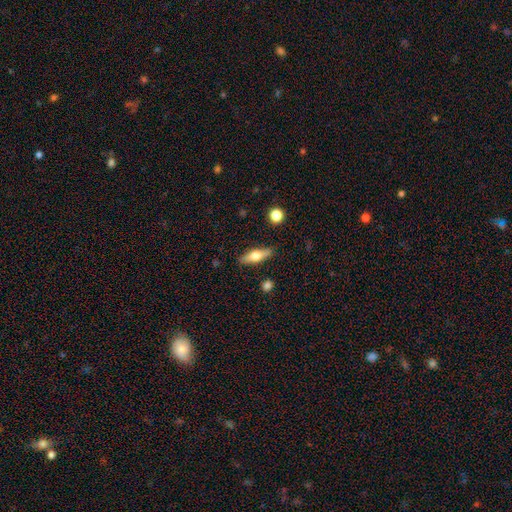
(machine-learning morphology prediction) A smooth galaxy with no disk features (51%) that is cigar-shaped (49%). Merging: none (85%).